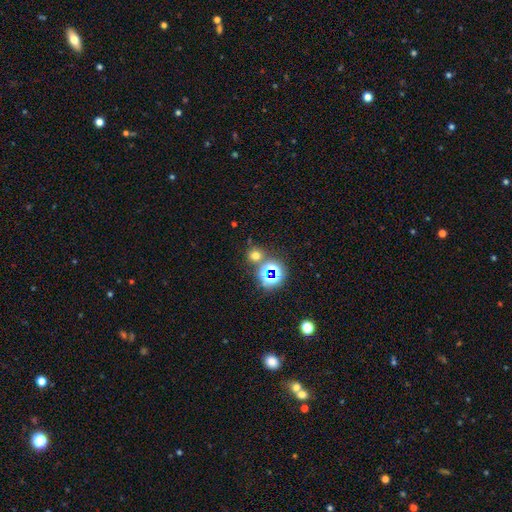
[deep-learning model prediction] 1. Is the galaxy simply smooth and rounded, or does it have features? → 57% smooth, 36% star or artifact, 7% featured or disk.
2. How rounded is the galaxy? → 87% round, 12% in between, 1% cigar-shaped.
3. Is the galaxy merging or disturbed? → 72% none, 16% merger, 8% minor disturbance, 4% major disturbance.